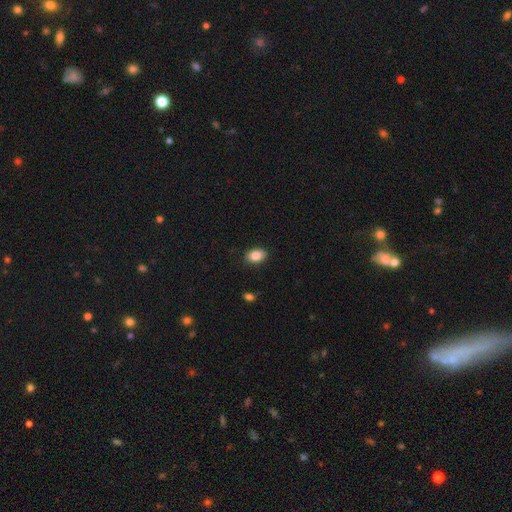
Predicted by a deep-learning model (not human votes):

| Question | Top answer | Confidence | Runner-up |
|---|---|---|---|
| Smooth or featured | smooth | 87% | star or artifact (8%) |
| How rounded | in between | 83% | round (16%) |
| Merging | none | 88% | minor disturbance (9%) |